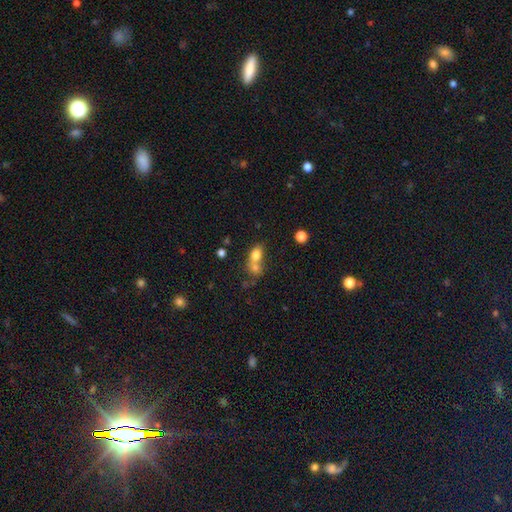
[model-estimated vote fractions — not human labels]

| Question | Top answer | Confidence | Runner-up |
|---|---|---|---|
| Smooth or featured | smooth | 76% | featured or disk (13%) |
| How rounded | in between | 61% | round (37%) |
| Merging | merger | 63% | none (26%) |